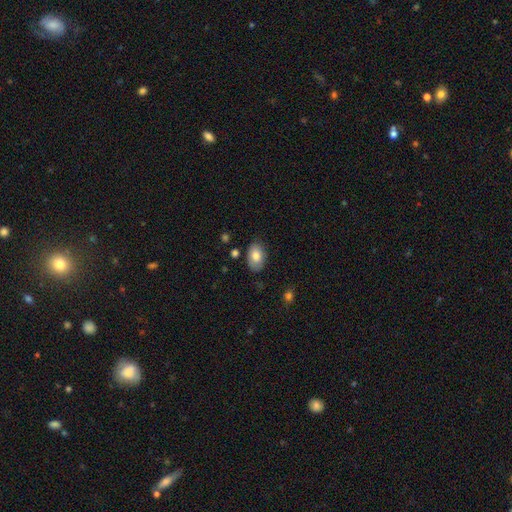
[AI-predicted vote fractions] smooth-or-featured: smooth: 80% | featured or disk: 13% | star or artifact: 7%
  how-rounded: in between: 91% | round: 8% | cigar-shaped: 1%
  merging: none: 81% | minor disturbance: 14% | major disturbance: 3% | merger: 2%